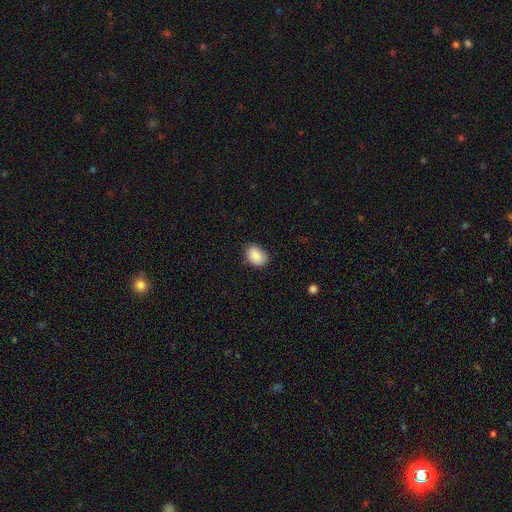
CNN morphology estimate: The model was most divided on "how rounded": in between: 73%, round: 26%, cigar-shaped: 1%. More confident: smooth or featured — smooth (87%); merging — none (80%).